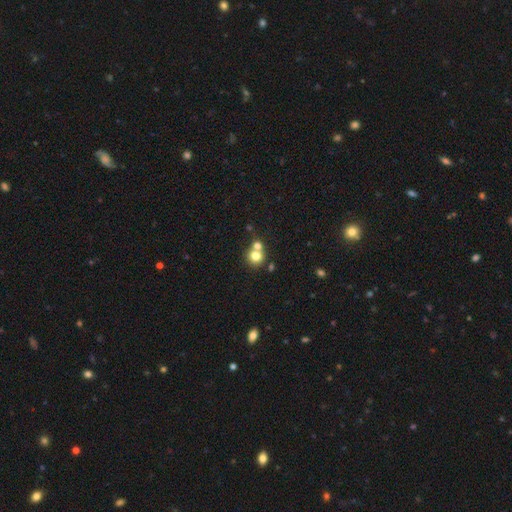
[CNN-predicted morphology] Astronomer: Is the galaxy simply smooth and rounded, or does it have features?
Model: smooth — 76%.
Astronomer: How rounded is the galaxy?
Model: round — 87%.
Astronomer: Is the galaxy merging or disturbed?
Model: none — 48% (runner-up: merger, 42%).